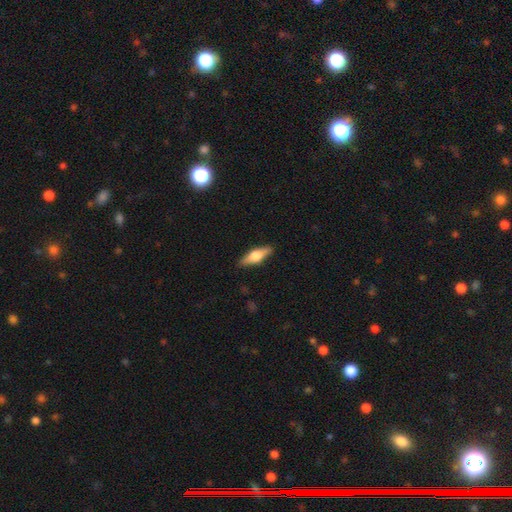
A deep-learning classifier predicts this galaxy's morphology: smooth_or_featured: featured or disk (p=0.50) [alt: smooth p=0.44]
merging: none (p=0.89) [alt: minor disturbance p=0.08]